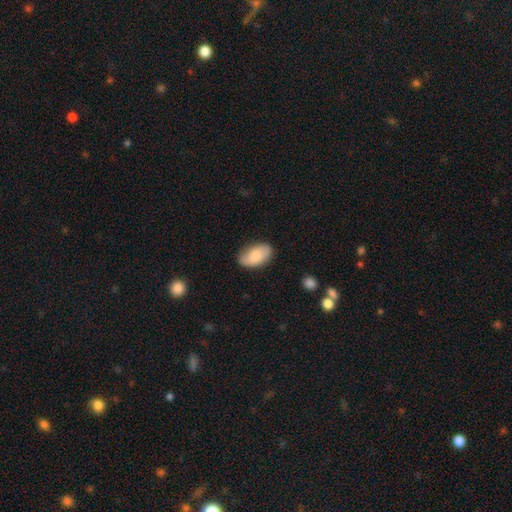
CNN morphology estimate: A smooth galaxy with no disk features (78%) that is in between round and cigar-shaped (94%).

Vote fractions:
- Smooth or featured? smooth: 78% / featured or disk: 16% / star or artifact: 7%
- How rounded? in between: 94% / round: 4% / cigar-shaped: 2%
- Merging? none: 76% / minor disturbance: 18% / major disturbance: 4% / merger: 2%